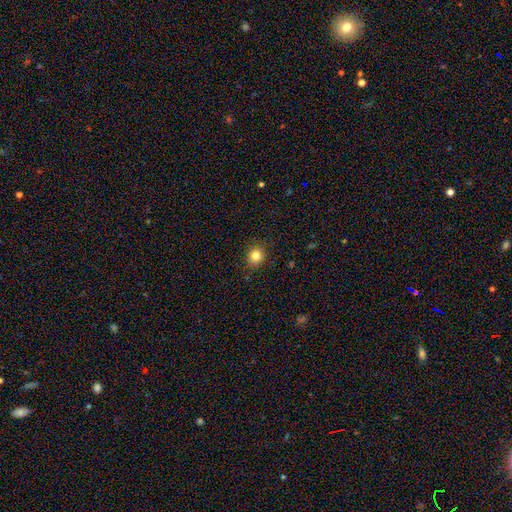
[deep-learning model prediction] smooth 82%, star or artifact 11%, featured or disk 6%. Down the decision tree: how rounded — round (78%); merging — none (86%).